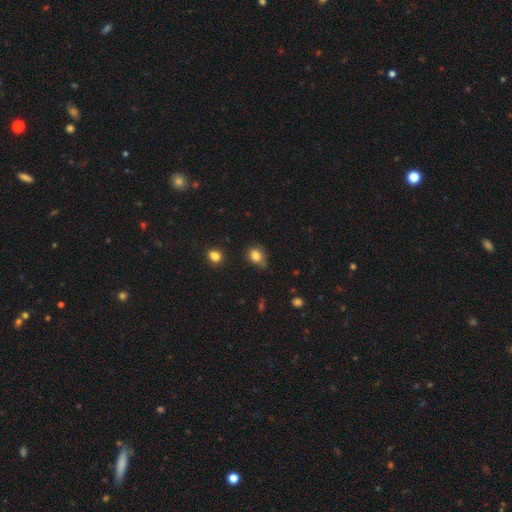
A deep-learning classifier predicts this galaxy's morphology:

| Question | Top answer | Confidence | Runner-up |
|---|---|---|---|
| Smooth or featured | smooth | 81% | star or artifact (12%) |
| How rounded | round | 54% | in between (44%) |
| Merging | none | 58% | minor disturbance (32%) |